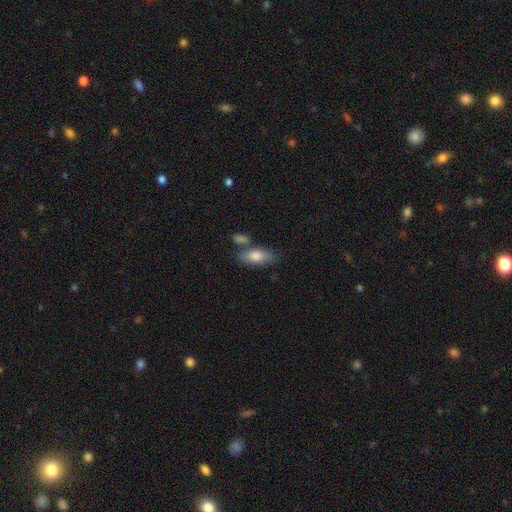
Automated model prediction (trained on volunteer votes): This appears to be a smooth galaxy with no disk features (79%) that is in between round and cigar-shaped (85%). Merging: none (61%).